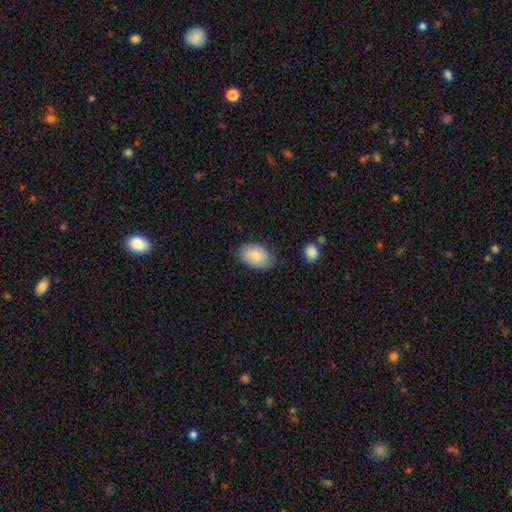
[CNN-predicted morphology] Smooth or featured? smooth (80%)
How rounded? in between (88%)
Merging? none (73%)